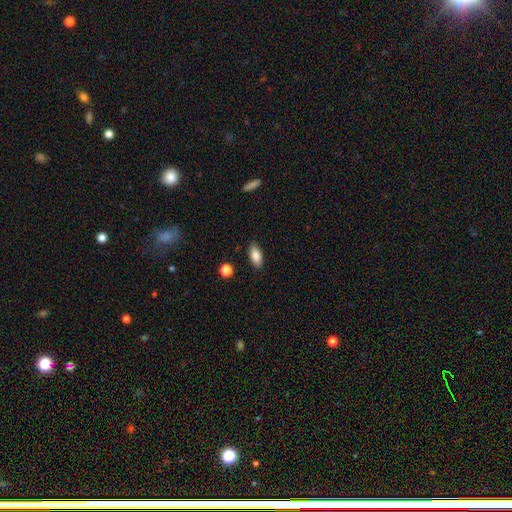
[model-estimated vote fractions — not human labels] smooth 86%, star or artifact 7%, featured or disk 7%. Down the decision tree: how rounded — in between (86%); merging — none (87%).